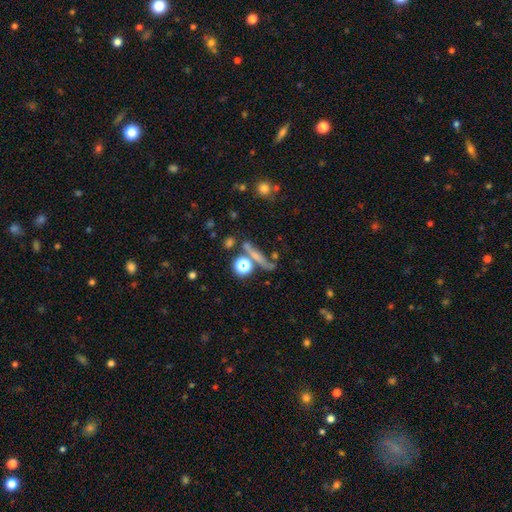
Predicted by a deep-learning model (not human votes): Smooth or featured? smooth (39%)
Merging? none (68%)